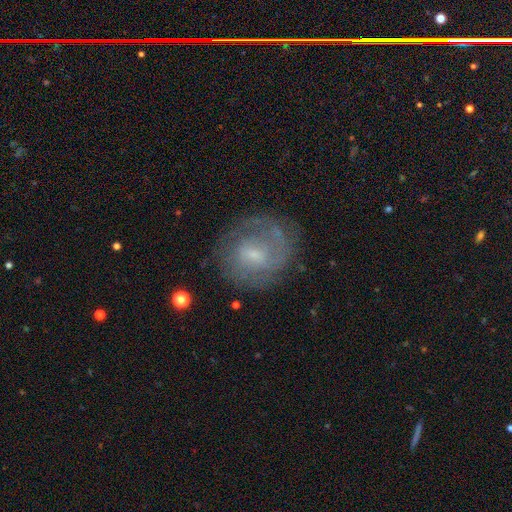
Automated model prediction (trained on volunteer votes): A featured or disk galaxy (66%) with a weak bar (49%), 2 (40%) tight (52%) spiral arms (84%) and a small central bulge (57%).

Vote fractions:
- Smooth or featured? featured or disk: 66% / smooth: 21% / star or artifact: 13%
- Edge-on disk? no: 97% / yes: 3%
- Bar? weak: 49% / no: 41% / strong: 10%
- Spiral arms? yes: 84% / no: 16%
- Spiral winding? tight: 52% / medium: 35% / loose: 13%
- Spiral arm count? 2: 40% / can't tell: 33% / 1: 16% / 3: 6% / 4: 3% / more than 4: 3%
- Bulge size? small: 57% / moderate: 31% / none: 9% / large: 3% / dominant: 1%
- Merging? none: 74% / minor disturbance: 16% / major disturbance: 9% / merger: 2%